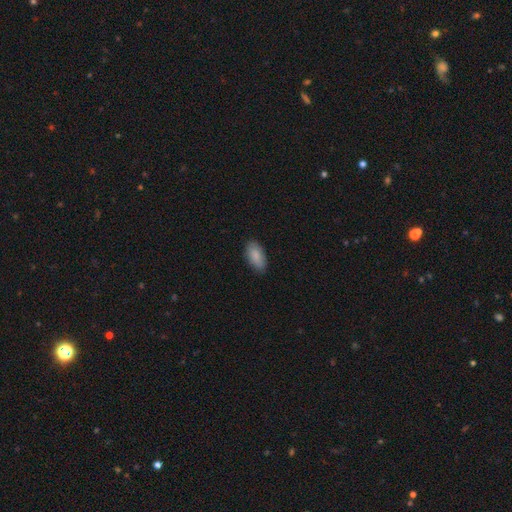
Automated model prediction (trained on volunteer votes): smooth_or_featured: smooth (p=0.88) [alt: featured or disk p=0.06]
how_rounded: in between (p=0.94) [alt: cigar-shaped p=0.04]
merging: none (p=0.85) [alt: minor disturbance p=0.12]